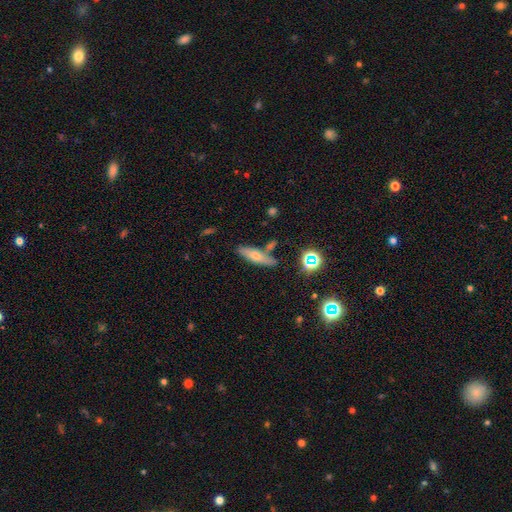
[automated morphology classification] smooth_or_featured: smooth (p=0.59) [alt: featured or disk p=0.31]
how_rounded: cigar-shaped (p=0.59) [alt: in between p=0.37]
merging: none (p=0.68) [alt: minor disturbance p=0.16]